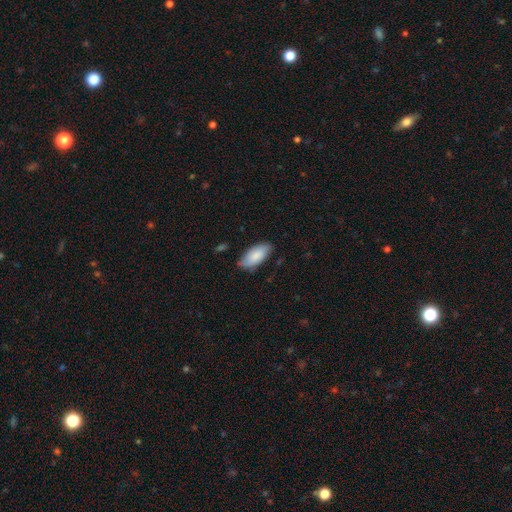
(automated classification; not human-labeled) A smooth galaxy with no disk features (80%) that is in between round and cigar-shaped (90%).

Vote fractions:
- Smooth or featured? smooth: 80% / featured or disk: 14% / star or artifact: 6%
- How rounded? in between: 90% / cigar-shaped: 8% / round: 2%
- Merging? none: 74% / minor disturbance: 21% / major disturbance: 3% / merger: 1%